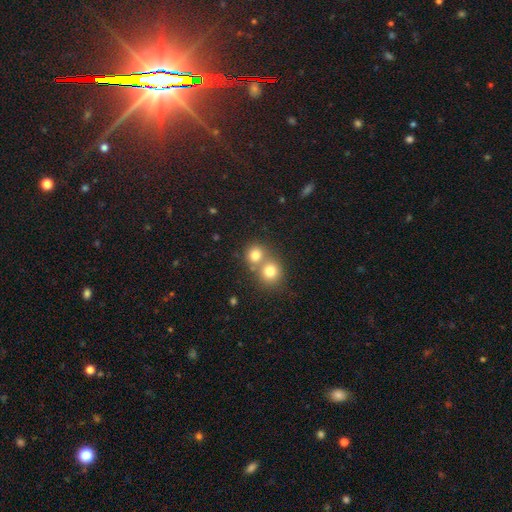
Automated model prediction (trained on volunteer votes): Overall: smooth (78%). How rounded: round (83%). Merging: merger (50%; none 43%).